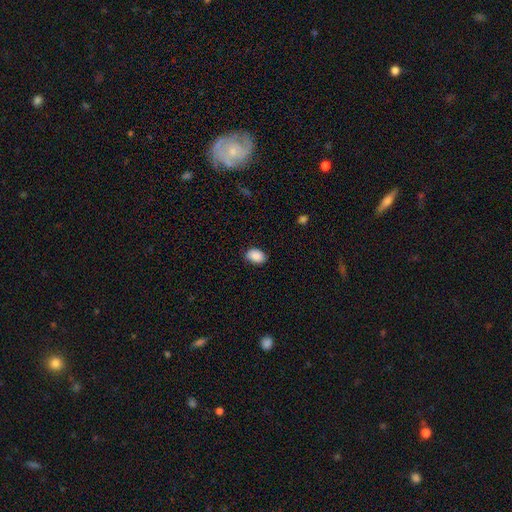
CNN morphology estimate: Overall: smooth (89%). How rounded: in between (82%). Merging: none (83%).